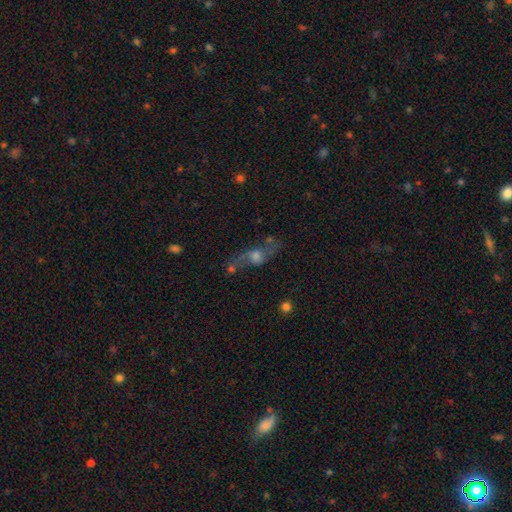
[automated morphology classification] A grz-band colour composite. It shows a featured or disk galaxy (58%). Merging: none (59%).